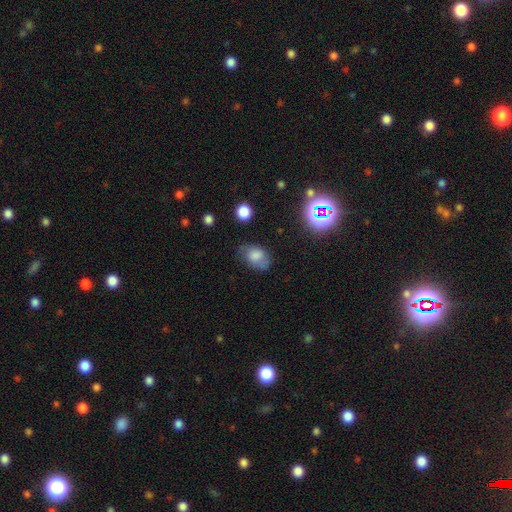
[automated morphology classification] Q: Smooth or featured?
A: smooth (73%); runner-up: featured or disk (15%)
Q: How rounded?
A: in between (80%); runner-up: round (18%)
Q: Merging?
A: none (60%); runner-up: minor disturbance (27%)